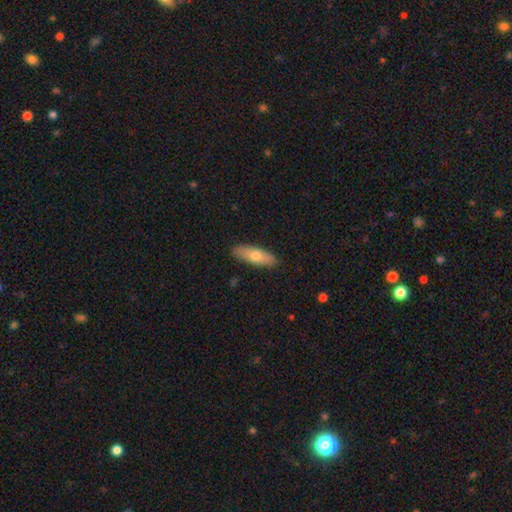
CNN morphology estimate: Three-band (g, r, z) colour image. It shows a smooth galaxy with no disk features (67%) that is in between round and cigar-shaped (55%). Merging: none (89%).